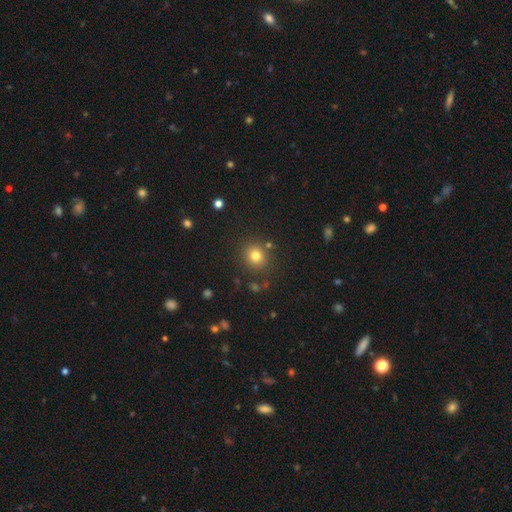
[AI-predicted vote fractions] smooth_or_featured: smooth (p=0.77) [alt: star or artifact p=0.15]
how_rounded: round (p=0.88) [alt: in between p=0.11]
merging: none (p=0.84) [alt: minor disturbance p=0.08]